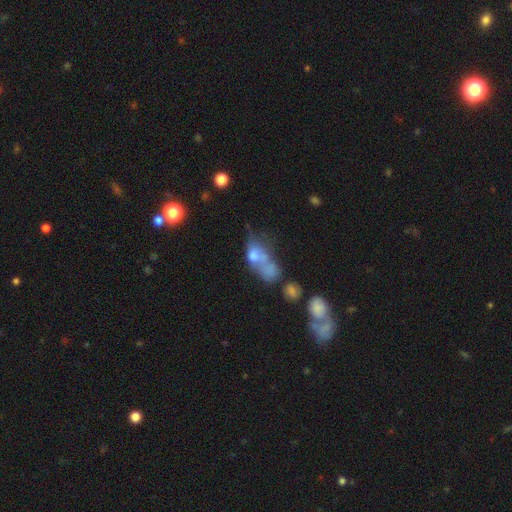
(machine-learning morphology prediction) Q: Smooth or featured?
A: smooth (54%); runner-up: featured or disk (34%)
Q: How rounded?
A: in between (74%); runner-up: round (17%)
Q: Merging?
A: merger (50%); runner-up: major disturbance (23%)